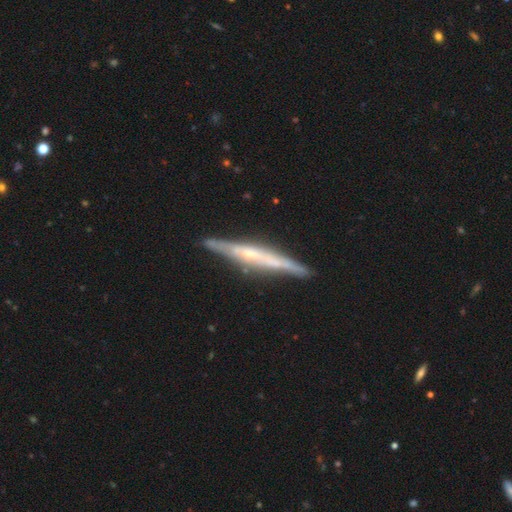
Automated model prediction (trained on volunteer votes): Smooth or featured? featured or disk (77%)
Edge-on disk? yes (96%)
Edge-on bulge? rounded (47%)
Merging? none (87%)